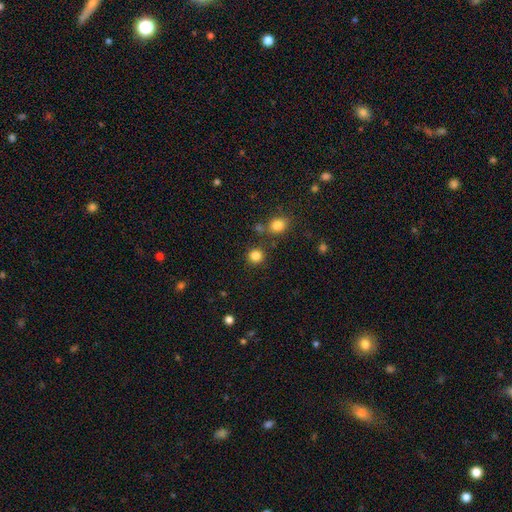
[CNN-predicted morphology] Smooth or featured: smooth — 84% (star or artifact — 12%)
How rounded: round — 90% (in between — 9%)
Merging: none — 84% (minor disturbance — 7%)